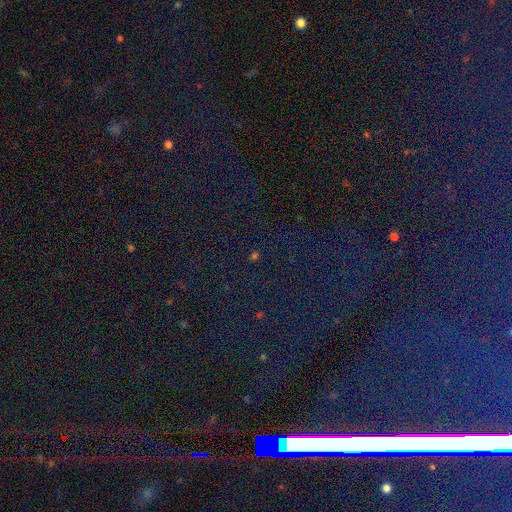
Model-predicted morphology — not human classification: Smooth or featured? star or artifact (82%)